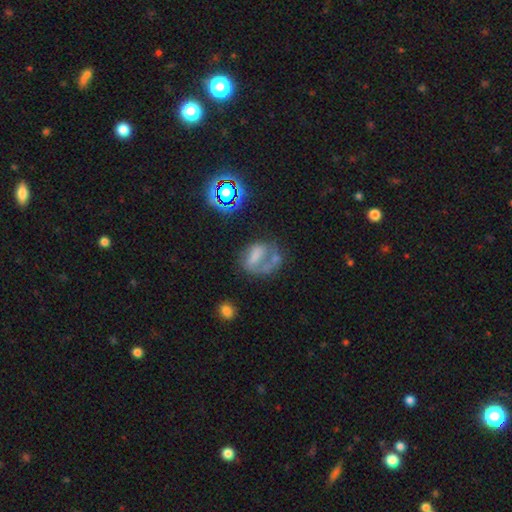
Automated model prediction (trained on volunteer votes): This is marginally a featured or disk galaxy (43%). Merging: marginally major disturbance (36%).